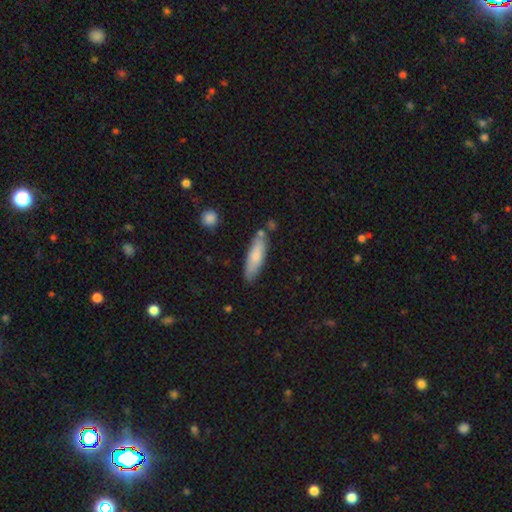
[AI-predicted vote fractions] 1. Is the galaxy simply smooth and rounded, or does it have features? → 75% smooth, 19% featured or disk, 6% star or artifact.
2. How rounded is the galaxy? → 63% cigar-shaped, 35% in between, 2% round.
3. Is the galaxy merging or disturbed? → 76% none, 15% minor disturbance, 6% merger, 3% major disturbance.